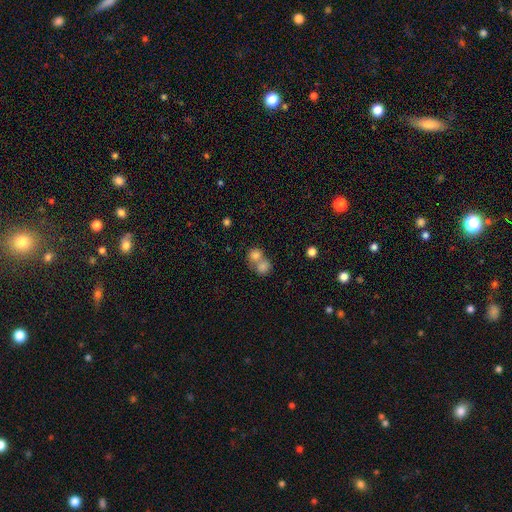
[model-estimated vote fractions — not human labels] Smooth or featured? smooth (79%)
How rounded? round (77%)
Merging? merger (62%)